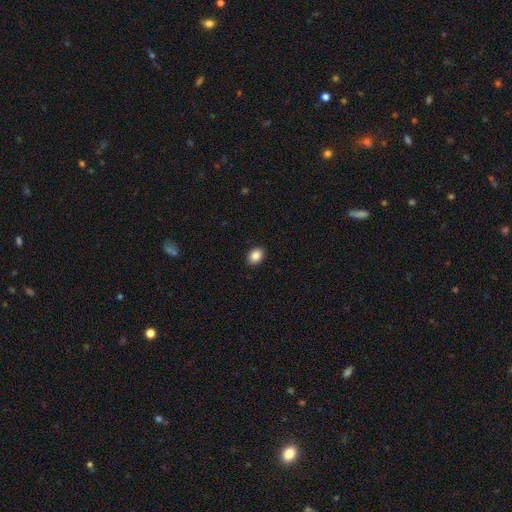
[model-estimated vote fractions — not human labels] Overall: smooth (88%). How rounded: in between (66%; round 33%). Merging: none (90%).